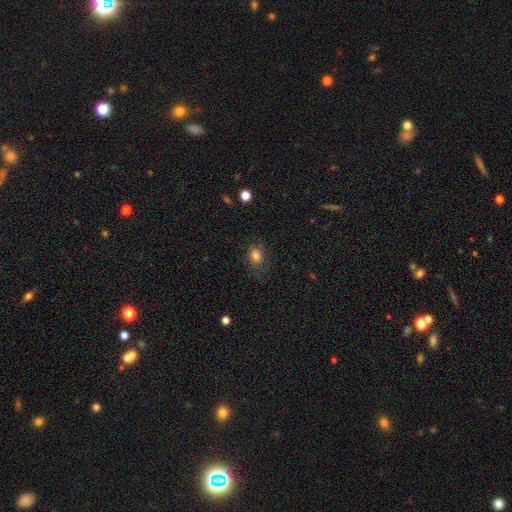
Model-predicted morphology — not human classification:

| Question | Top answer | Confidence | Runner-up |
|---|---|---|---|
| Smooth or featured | smooth | 81% | star or artifact (12%) |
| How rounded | in between | 57% | round (42%) |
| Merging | none | 69% | minor disturbance (20%) |